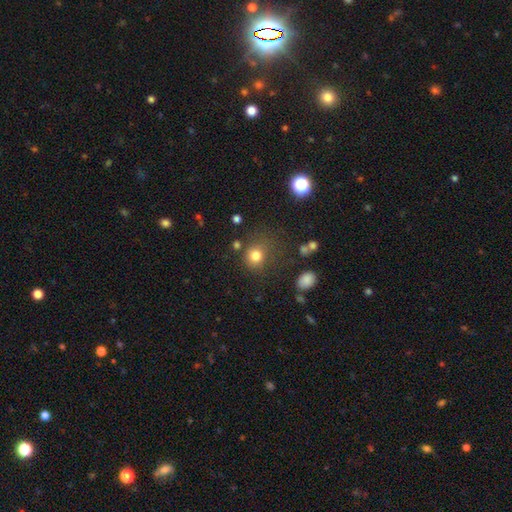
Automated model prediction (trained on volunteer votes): Smooth or featured? smooth (78%)
How rounded? round (80%)
Merging? none (66%)